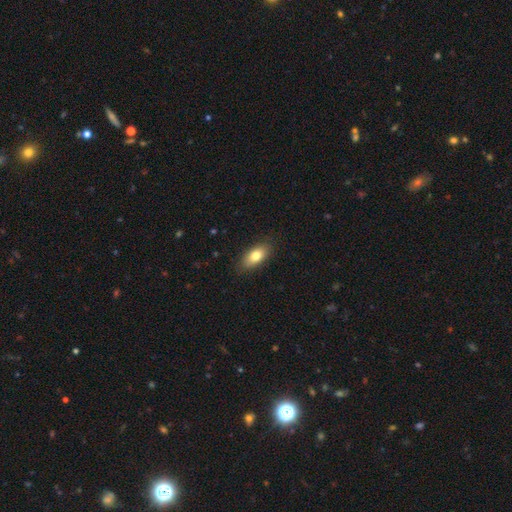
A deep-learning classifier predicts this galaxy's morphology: This appears to be a smooth galaxy with no disk features (78%) that is in between round and cigar-shaped (88%). Merging: none (86%).